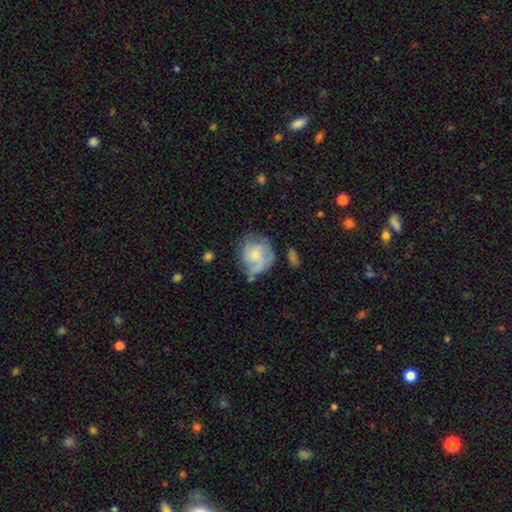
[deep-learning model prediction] The model was most divided on "smooth or featured": featured or disk: 48%, smooth: 44%, star or artifact: 7%. Remaining: merging — none (45%).